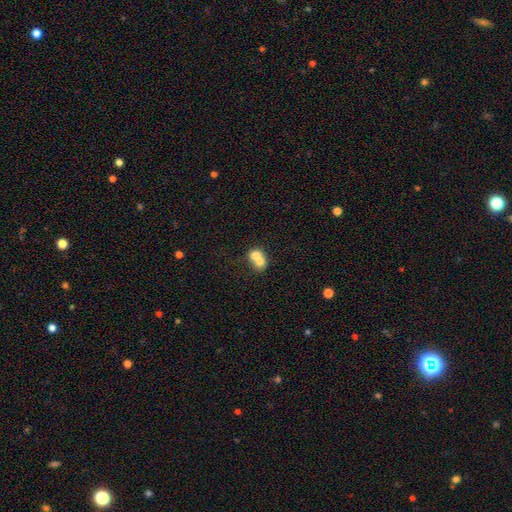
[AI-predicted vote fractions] smooth-or-featured: smooth: 68% | featured or disk: 22% | star or artifact: 9%
  how-rounded: round: 57% | in between: 42% | cigar-shaped: 1%
  merging: merger: 73% | none: 19% | minor disturbance: 5% | major disturbance: 3%